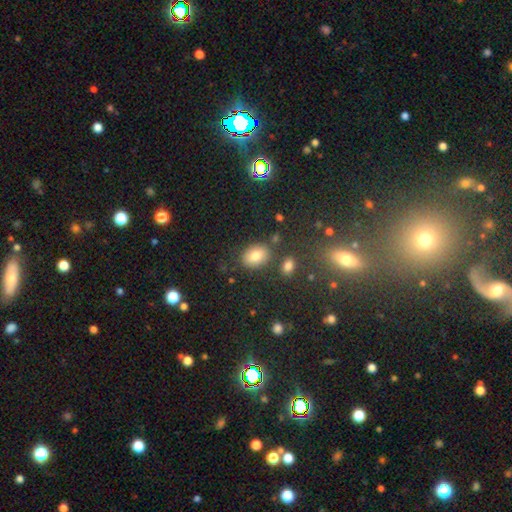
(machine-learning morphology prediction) smooth_or_featured: smooth (p=0.79) [alt: star or artifact p=0.11]
how_rounded: in between (p=0.69) [alt: round p=0.30]
merging: none (p=0.80) [alt: minor disturbance p=0.11]